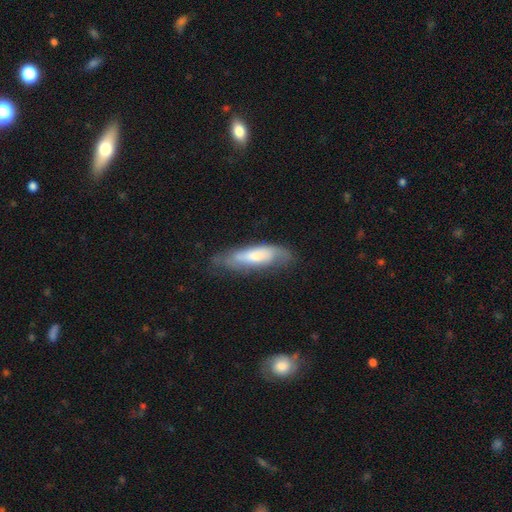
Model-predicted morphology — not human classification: Overall: smooth (53%; featured or disk 41%). How rounded: cigar-shaped (53%; in between 45%). Merging: none (59%; minor disturbance 28%).